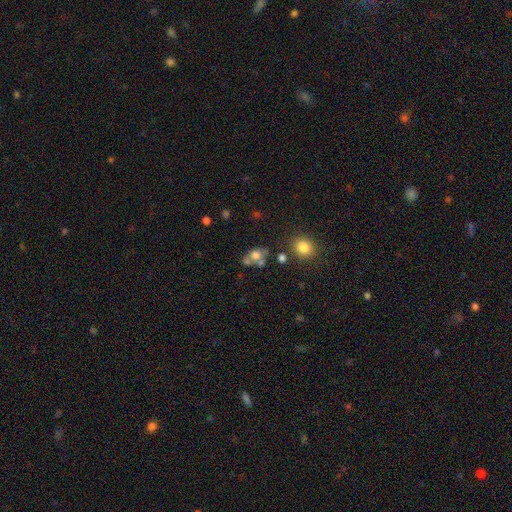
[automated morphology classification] This is likely a smooth galaxy (67%). How rounded: possibly in between (53%). Merging: marginally none (42%).